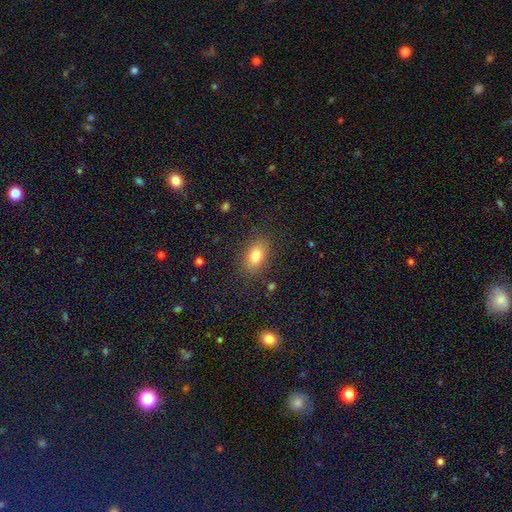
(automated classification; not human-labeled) Overall: smooth (79%). How rounded: in between (86%). Merging: none (84%).